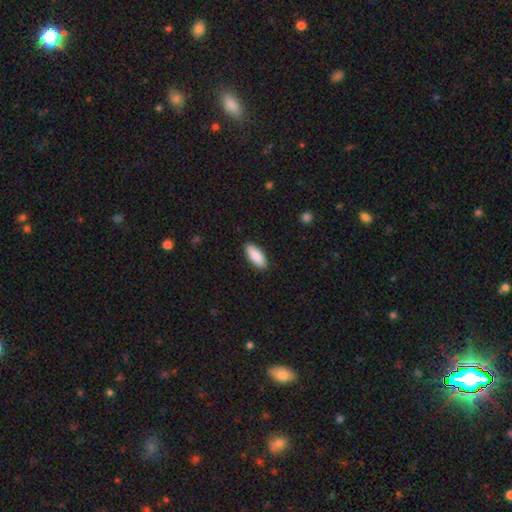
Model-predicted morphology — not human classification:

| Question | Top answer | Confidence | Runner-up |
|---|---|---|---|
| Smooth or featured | smooth | 90% | star or artifact (5%) |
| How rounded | in between | 82% | cigar-shaped (16%) |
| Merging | none | 89% | minor disturbance (8%) |